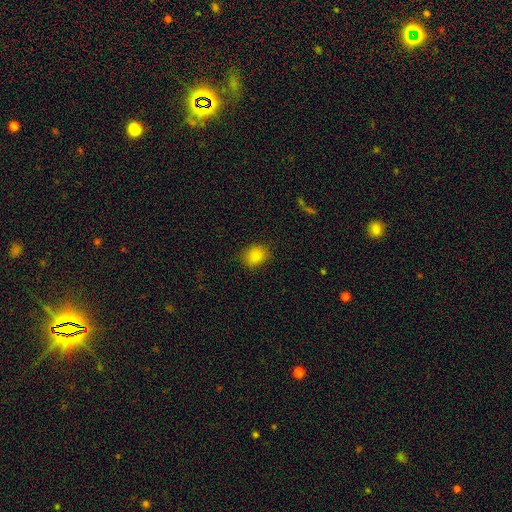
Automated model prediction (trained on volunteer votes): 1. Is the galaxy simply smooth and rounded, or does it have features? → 84% smooth, 10% star or artifact, 6% featured or disk.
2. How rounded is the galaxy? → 56% round, 43% in between, 1% cigar-shaped.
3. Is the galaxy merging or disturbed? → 82% none, 13% minor disturbance, 3% major disturbance, 1% merger.